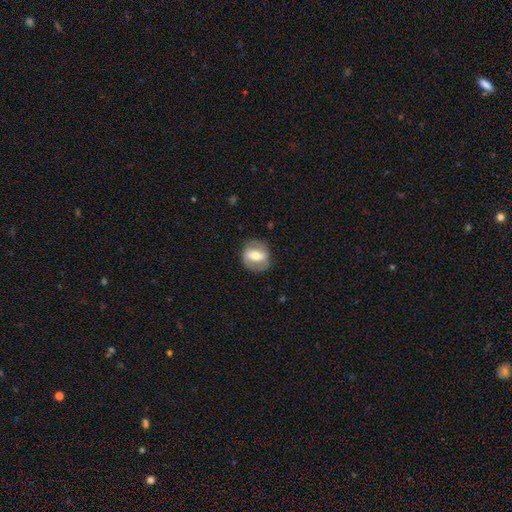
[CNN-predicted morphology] Smooth or featured? featured or disk (55%)
Edge-on disk? no (92%)
Bar? strong (52%)
Spiral arms? no (54%)
Bulge size? moderate (65%)
Merging? none (80%)